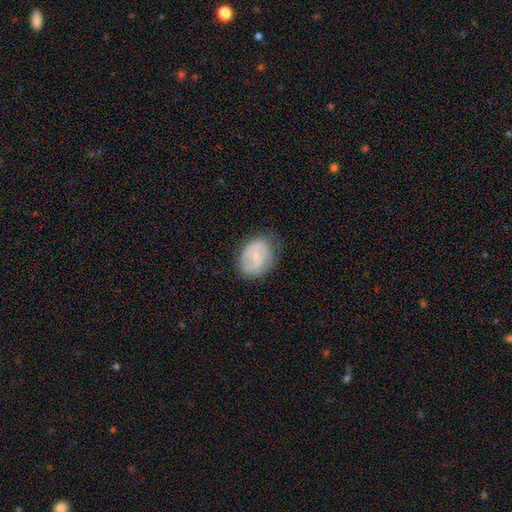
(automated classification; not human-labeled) A smooth galaxy with no disk features (53%) that is in between round and cigar-shaped (66%). Merging: none (69%).